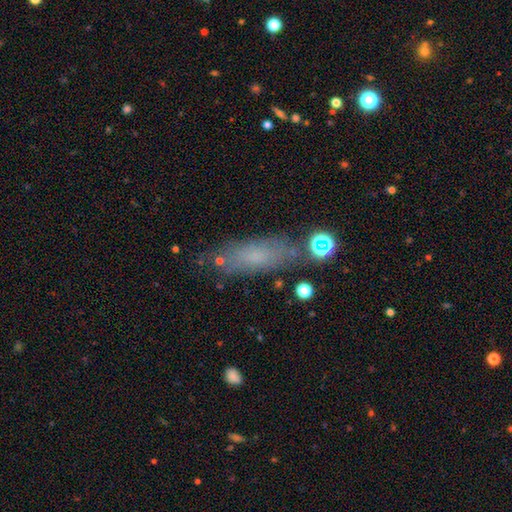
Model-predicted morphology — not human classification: This is likely a smooth galaxy (61%). How rounded: possibly in between (56%). Merging: likely none (72%).